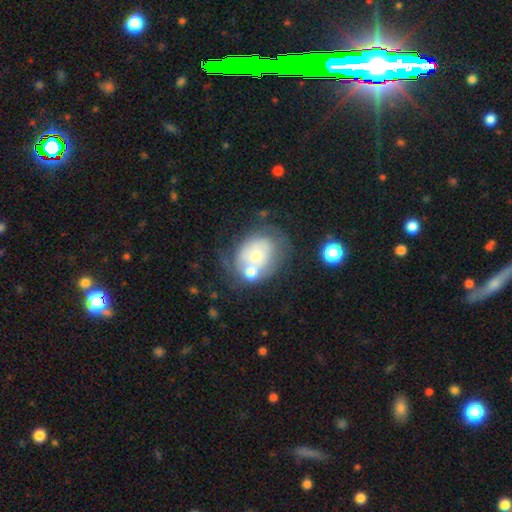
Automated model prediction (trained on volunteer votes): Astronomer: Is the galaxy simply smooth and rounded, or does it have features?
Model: smooth — 49% (runner-up: featured or disk, 43%).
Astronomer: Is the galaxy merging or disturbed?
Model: none — 33% (runner-up: merger, 32%).